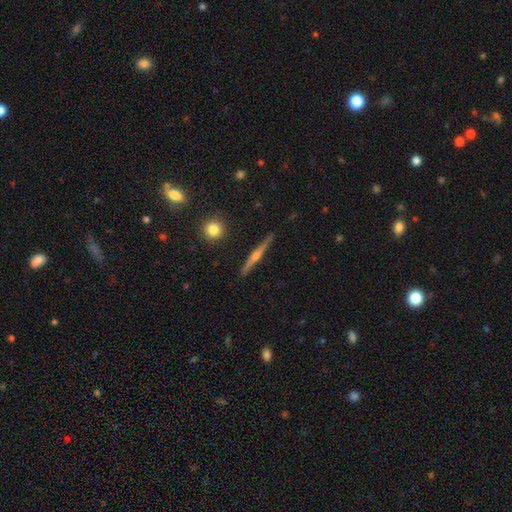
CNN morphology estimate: The model was most divided on "smooth or featured": featured or disk: 72%, smooth: 21%, star or artifact: 6%. More confident: edge-on disk — yes (98%); merging — none (90%); edge-on bulge — rounded (80%).